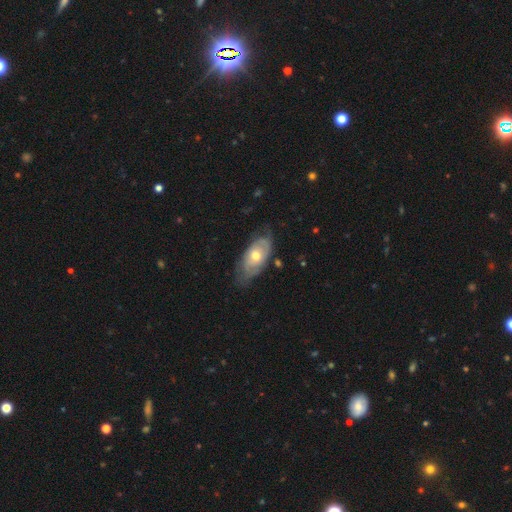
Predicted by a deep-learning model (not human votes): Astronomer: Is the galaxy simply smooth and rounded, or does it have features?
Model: featured or disk — 60%.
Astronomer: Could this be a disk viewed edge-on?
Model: no — 88%.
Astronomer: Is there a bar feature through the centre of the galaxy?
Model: no — 82%.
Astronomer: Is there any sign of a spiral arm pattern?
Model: yes — 61% (runner-up: no, 39%).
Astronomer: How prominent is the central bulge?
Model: moderate — 71%.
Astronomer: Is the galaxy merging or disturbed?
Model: none — 61%.